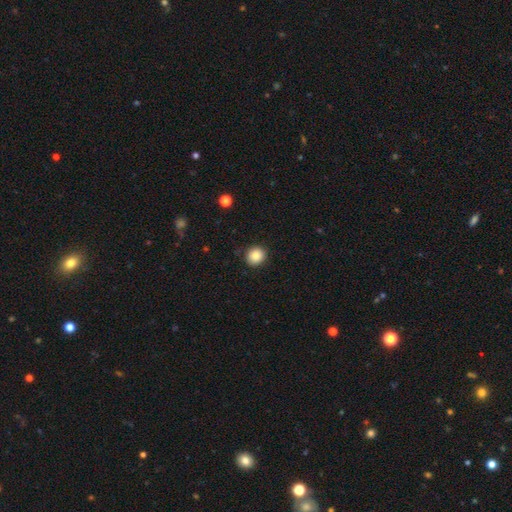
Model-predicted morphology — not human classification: Smooth or featured? smooth (86%)
How rounded? round (81%)
Merging? none (88%)